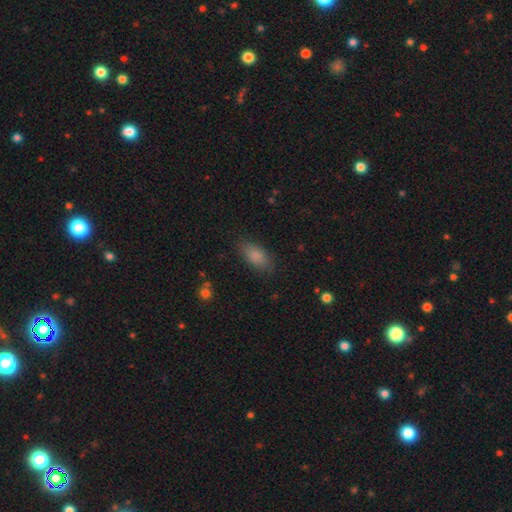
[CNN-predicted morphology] smooth 86%, star or artifact 8%, featured or disk 6%. Down the decision tree: how rounded — in between (87%); merging — none (82%).